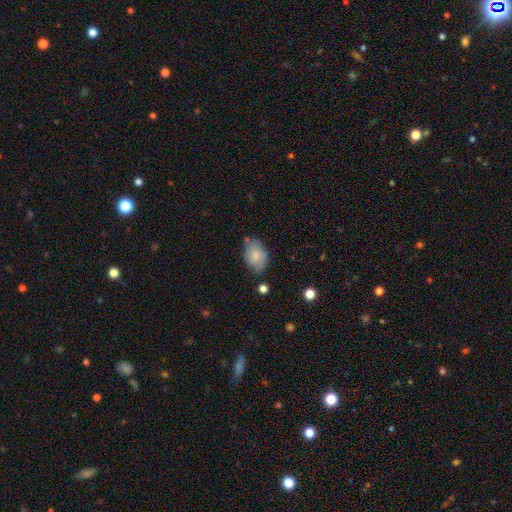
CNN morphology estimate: smooth_or_featured: smooth (p=0.67) [alt: featured or disk p=0.26]
how_rounded: in between (p=0.80) [alt: round p=0.18]
merging: none (p=0.61) [alt: minor disturbance p=0.28]